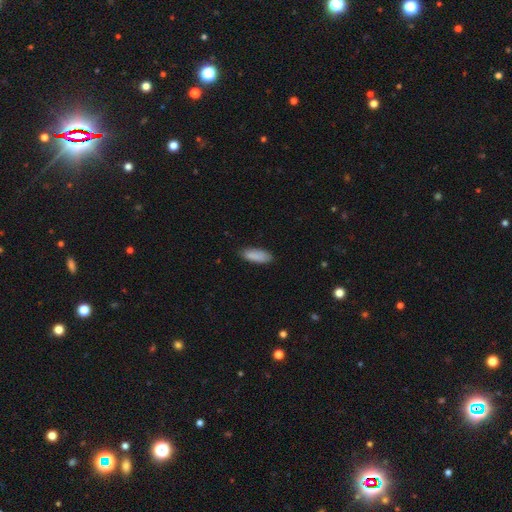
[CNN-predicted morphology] Smooth or featured? Predicted: smooth (p=0.89). How rounded? Predicted: in between (p=0.72). Merging? Predicted: none (p=0.82).